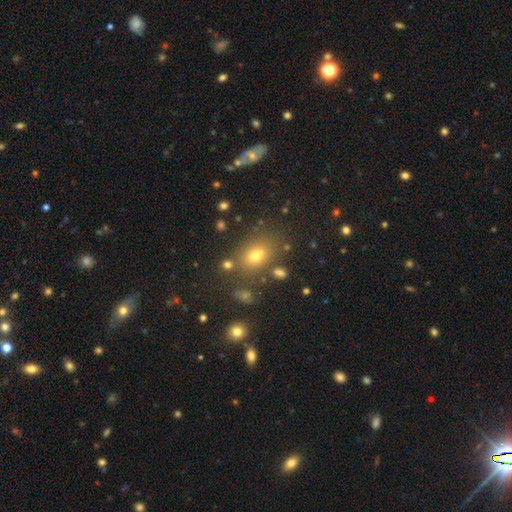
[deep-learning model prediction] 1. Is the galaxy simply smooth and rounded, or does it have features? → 68% smooth, 20% star or artifact, 12% featured or disk.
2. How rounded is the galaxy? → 67% in between, 32% round, 2% cigar-shaped.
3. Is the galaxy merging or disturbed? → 76% none, 12% minor disturbance, 7% merger, 5% major disturbance.